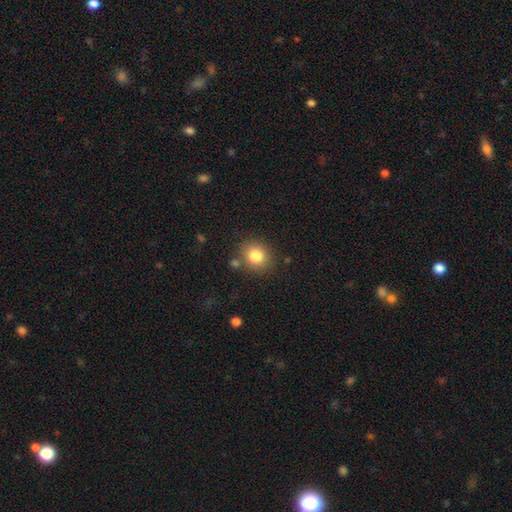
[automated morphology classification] Overall: smooth (82%). How rounded: round (77%). Merging: none (80%).